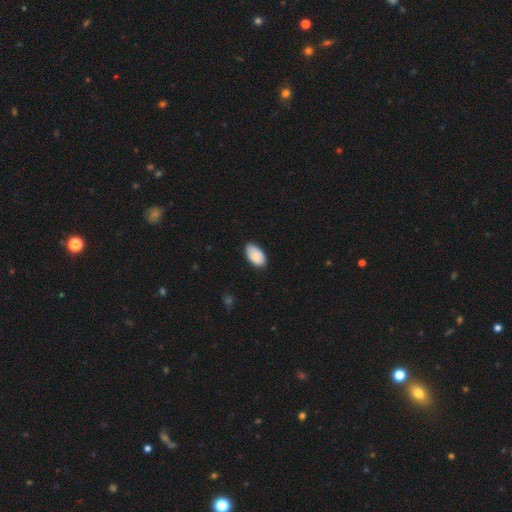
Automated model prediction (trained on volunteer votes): smooth_or_featured: smooth (p=0.86) [alt: featured or disk p=0.08]
how_rounded: in between (p=0.95) [alt: round p=0.04]
merging: none (p=0.80) [alt: minor disturbance p=0.17]